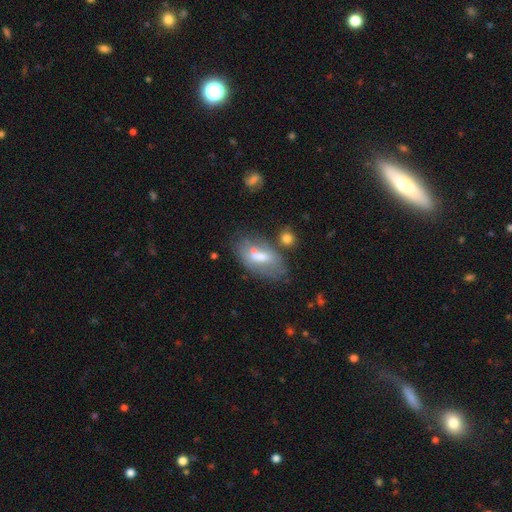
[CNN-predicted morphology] Smooth or featured? smooth (48%)
Merging? none (54%)